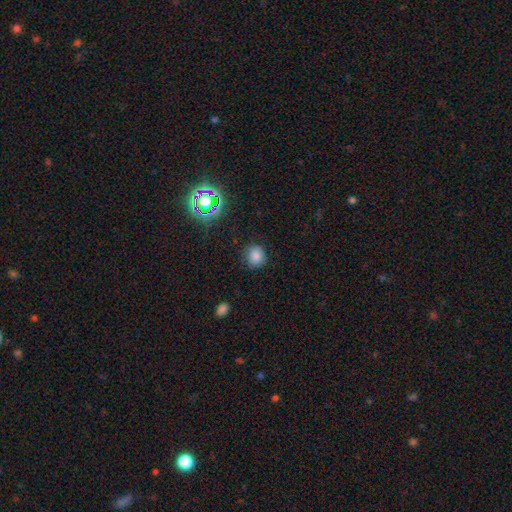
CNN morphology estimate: smooth 79%, star or artifact 16%, featured or disk 5%. Down the decision tree: how rounded — round (74%); merging — none (82%).